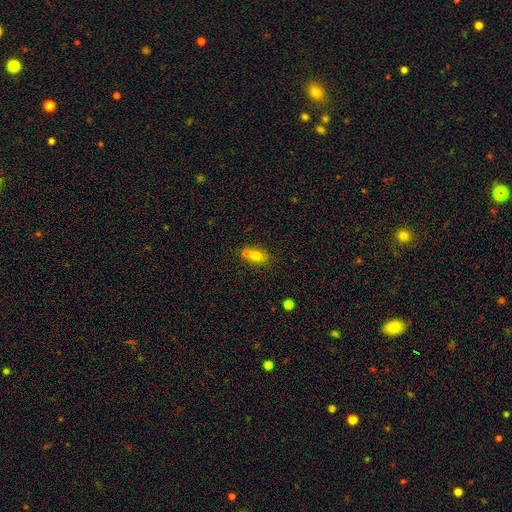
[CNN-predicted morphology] smooth-or-featured: smooth: 73% | featured or disk: 15% | star or artifact: 12%
  how-rounded: in between: 66% | round: 30% | cigar-shaped: 3%
  merging: merger: 43% | none: 42% | minor disturbance: 11% | major disturbance: 4%